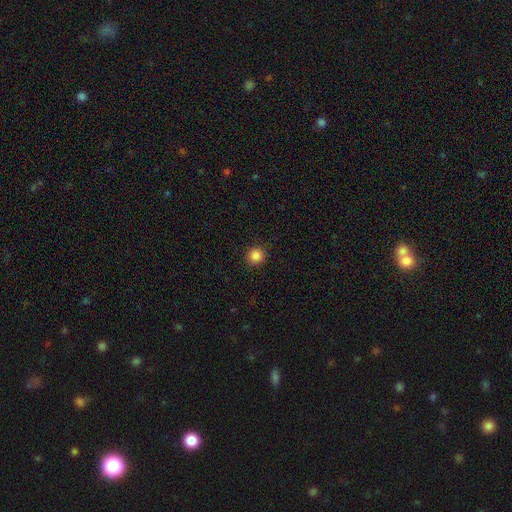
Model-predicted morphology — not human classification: smooth_or_featured: smooth (p=0.86) [alt: star or artifact p=0.11]
how_rounded: round (p=0.94) [alt: in between p=0.05]
merging: none (p=0.92) [alt: minor disturbance p=0.05]